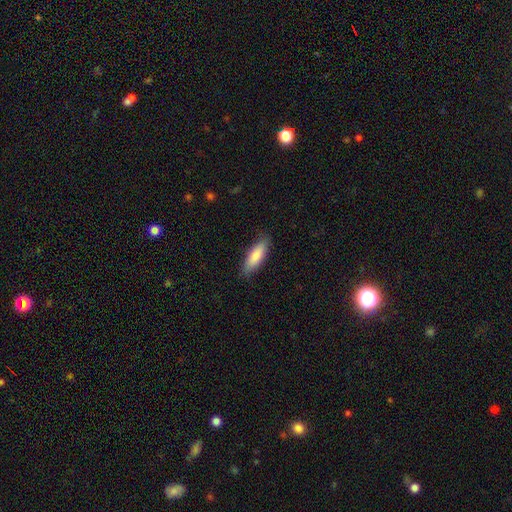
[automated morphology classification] The model was most divided on "how rounded": in between: 50%, cigar-shaped: 48%, round: 2%. More confident: merging — none (85%); smooth or featured — smooth (82%).